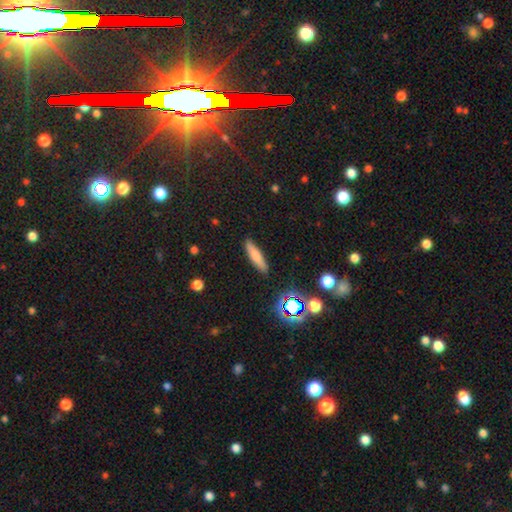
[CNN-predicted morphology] Smooth or featured?
  - smooth: 68% *
  - featured or disk: 23%
  - star or artifact: 10%
How rounded?
  - cigar-shaped: 72% *
  - in between: 25%
  - round: 2%
Merging?
  - none: 88% *
  - minor disturbance: 9%
  - major disturbance: 2%
  - merger: 2%